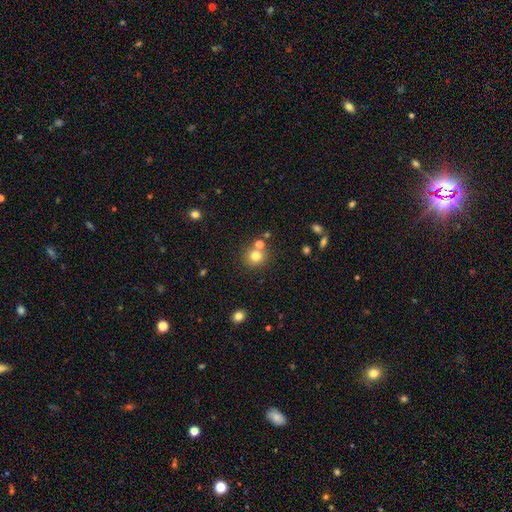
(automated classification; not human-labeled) Smooth or featured? Predicted: smooth (p=0.77). How rounded? Predicted: round (p=0.89). Merging? Predicted: none (p=0.68).